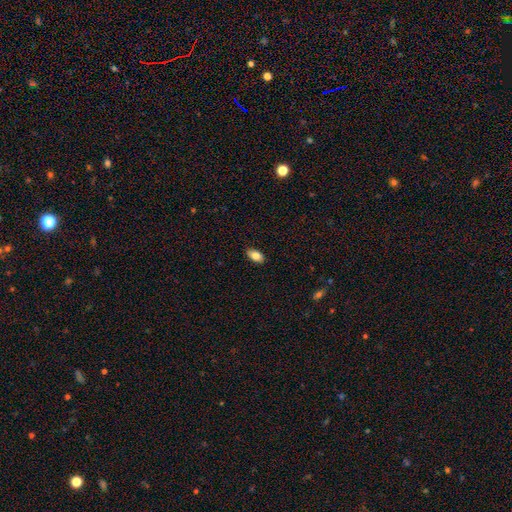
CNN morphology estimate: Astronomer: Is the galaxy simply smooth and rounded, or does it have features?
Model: smooth — 83%.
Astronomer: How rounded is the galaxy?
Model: in between — 92%.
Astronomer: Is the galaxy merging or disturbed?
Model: none — 88%.